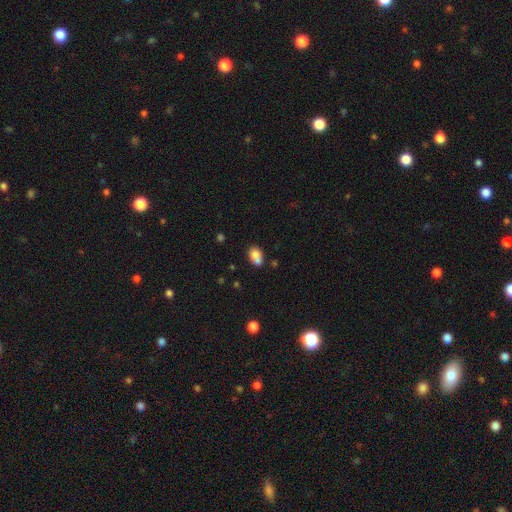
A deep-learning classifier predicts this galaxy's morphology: The model was most divided on "merging": merger: 48%, none: 34%, minor disturbance: 12%, major disturbance: 5%. More confident: smooth or featured — smooth (75%); how rounded — in between (62%).